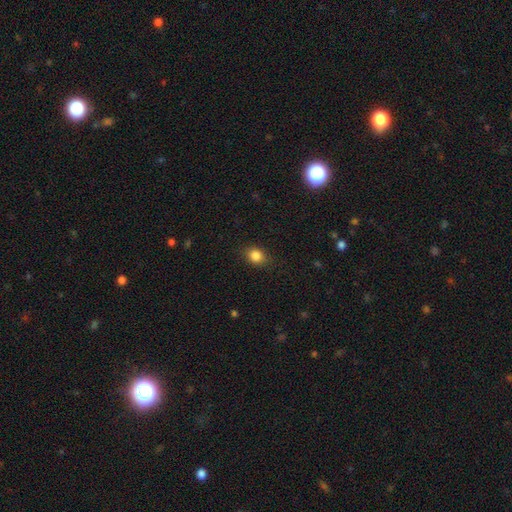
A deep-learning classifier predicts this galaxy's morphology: This is clearly a smooth galaxy (84%). How rounded: possibly in between (49%, tied with round). Merging: clearly none (85%).